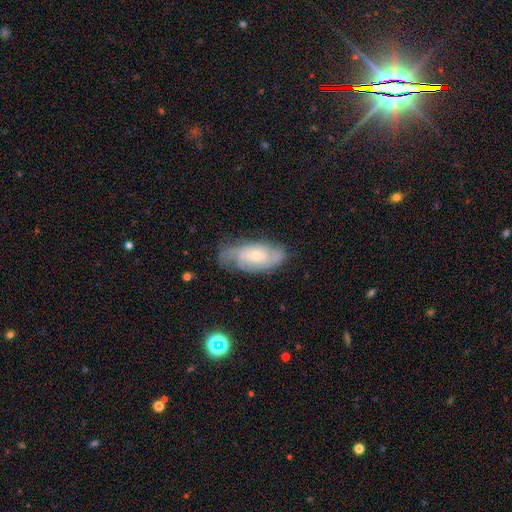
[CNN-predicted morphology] featured or disk 72%, smooth 21%, star or artifact 6%. Down the decision tree: edge-on disk — no (94%); bar — no (69%); spiral arms — yes (91%); spiral arm count — can't tell (37%); spiral winding — tight (54%); bulge size — small (63%); merging — none (65%).